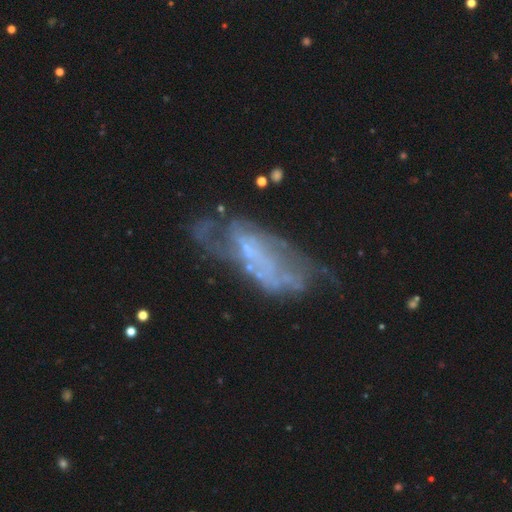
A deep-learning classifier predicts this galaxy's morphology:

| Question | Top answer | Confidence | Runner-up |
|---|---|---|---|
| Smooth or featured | featured or disk | 73% | smooth (16%) |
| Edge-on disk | no | 91% | yes (9%) |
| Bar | no | 57% | weak (31%) |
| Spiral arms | yes | 59% | no (41%) |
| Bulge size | none | 47% | small (41%) |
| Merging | none | 42% | major disturbance (28%) |